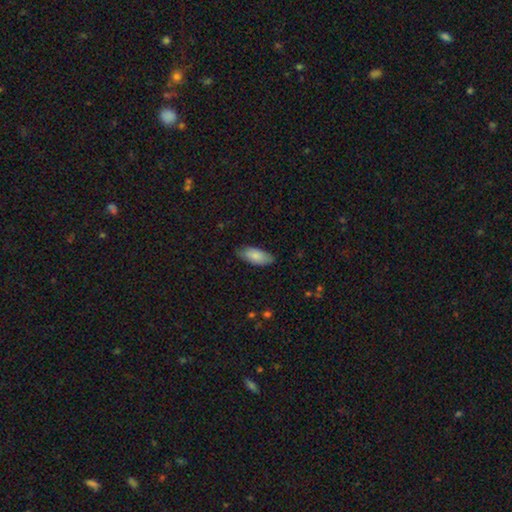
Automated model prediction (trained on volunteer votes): A smooth galaxy with no disk features (83%) that is in between round and cigar-shaped (87%).

Vote fractions:
- Smooth or featured? smooth: 83% / featured or disk: 11% / star or artifact: 6%
- How rounded? in between: 87% / cigar-shaped: 11% / round: 2%
- Merging? none: 77% / minor disturbance: 19% / major disturbance: 3% / merger: 1%